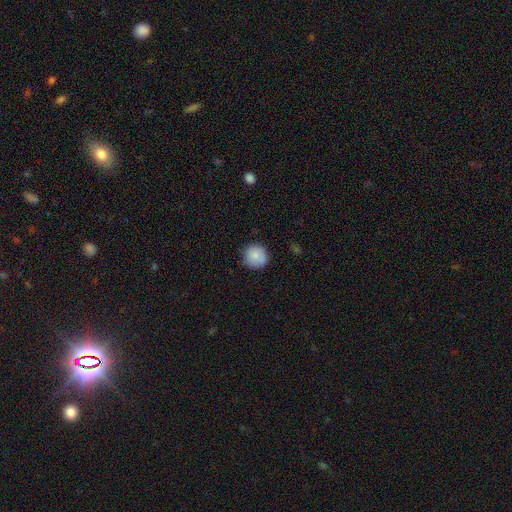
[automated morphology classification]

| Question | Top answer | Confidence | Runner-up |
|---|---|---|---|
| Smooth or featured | smooth | 83% | featured or disk (10%) |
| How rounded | round | 93% | in between (6%) |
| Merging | none | 83% | minor disturbance (13%) |